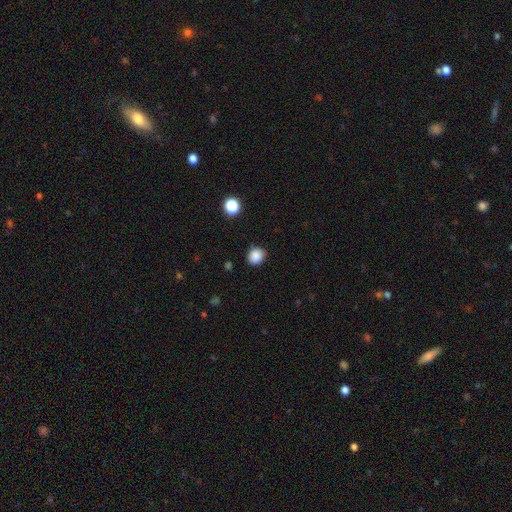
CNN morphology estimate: This appears to be a smooth galaxy with no disk features (86%) that is round (66%). Merging: none (83%).